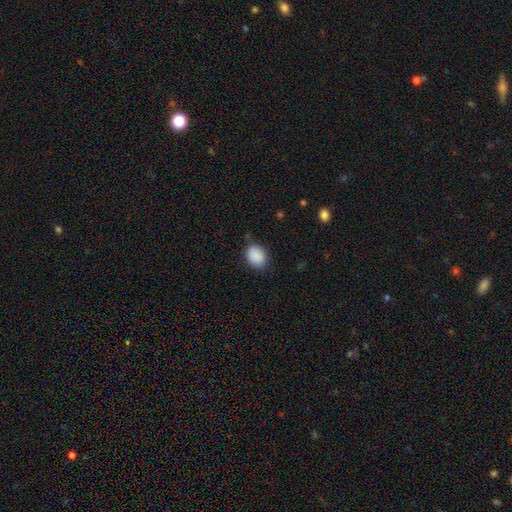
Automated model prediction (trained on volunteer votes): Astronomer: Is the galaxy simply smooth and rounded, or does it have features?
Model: smooth — 89%.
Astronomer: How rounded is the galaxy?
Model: in between — 55% (runner-up: round, 44%).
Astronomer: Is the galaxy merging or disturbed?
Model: none — 76%.